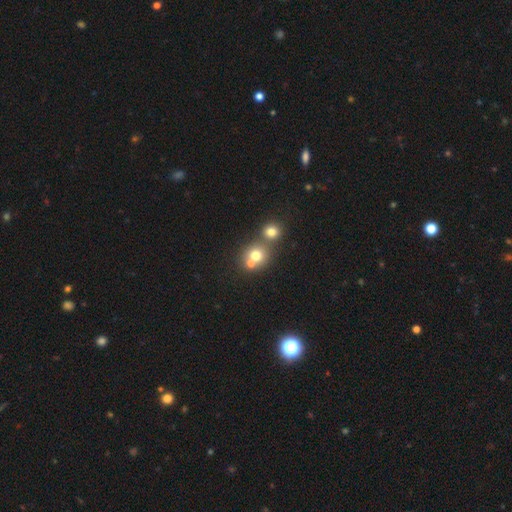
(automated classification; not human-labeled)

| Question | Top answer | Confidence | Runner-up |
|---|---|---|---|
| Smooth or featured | smooth | 71% | featured or disk (15%) |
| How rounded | round | 81% | in between (18%) |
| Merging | merger | 49% | none (42%) |